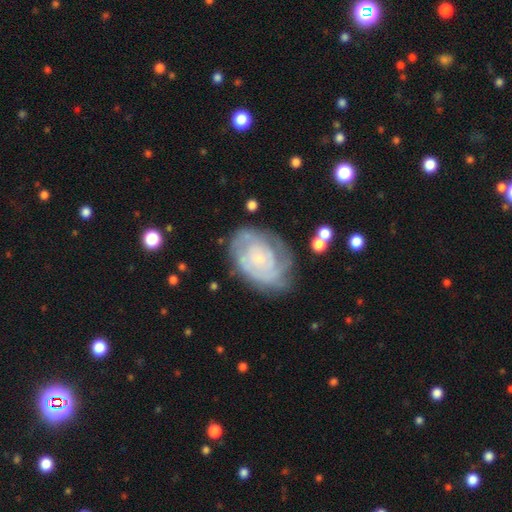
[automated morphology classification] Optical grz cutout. It shows a featured or disk galaxy (74%) with no bar (71%), tight (73%) spiral arms (91%) and a small central bulge (70%). Merging: none (73%).